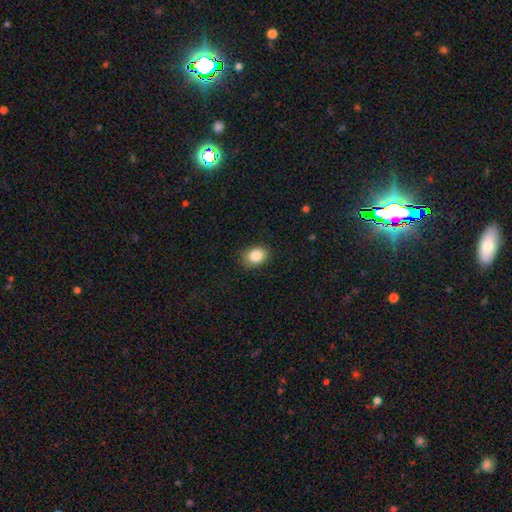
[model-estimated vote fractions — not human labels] A smooth galaxy with no disk features (86%) that is in between round and cigar-shaped (65%). Merging: none (82%).